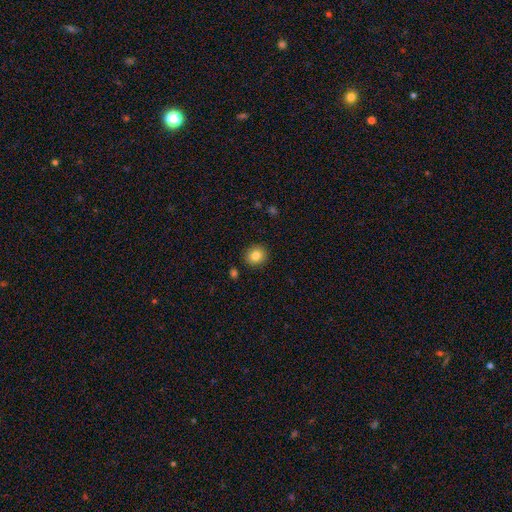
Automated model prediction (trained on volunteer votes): Q: Smooth or featured?
A: smooth (83%); runner-up: star or artifact (10%)
Q: How rounded?
A: round (86%); runner-up: in between (13%)
Q: Merging?
A: none (90%); runner-up: minor disturbance (6%)